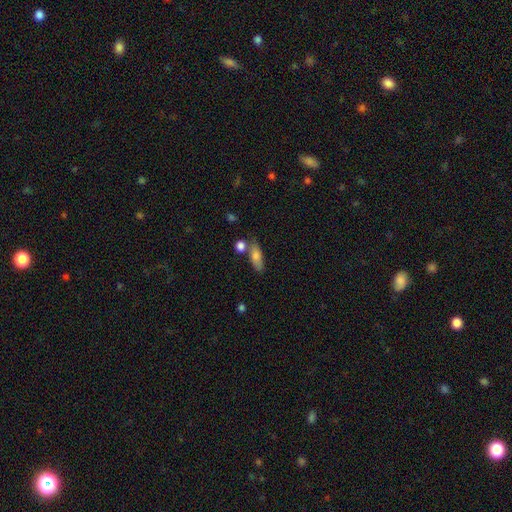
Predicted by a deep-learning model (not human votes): A smooth galaxy with no disk features (78%) that is in between round and cigar-shaped (71%).

Vote fractions:
- Smooth or featured? smooth: 78% / featured or disk: 14% / star or artifact: 8%
- How rounded? in between: 71% / cigar-shaped: 25% / round: 5%
- Merging? none: 57% / minor disturbance: 18% / merger: 18% / major disturbance: 6%